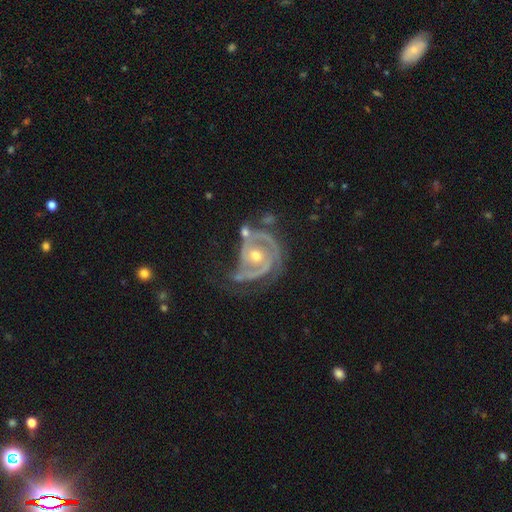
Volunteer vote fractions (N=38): A featured or disk galaxy (97%) with no bar (68%), 2 (94%) medium (60%) spiral arms (95%) and a moderate central bulge (78%).

Vote fractions:
- Smooth or featured? featured or disk: 97% / smooth: 3% / star or artifact: 0%
- Edge-on disk? no: 100% / yes: 0%
- Bar? no: 68% / weak: 24% / strong: 8%
- Spiral arms? yes: 95% / no: 5%
- Spiral winding? medium: 60% / tight: 40% / loose: 0%
- Spiral arm count? 2: 94% / 1: 3% / can't tell: 3% / 3: 0% / 4: 0% / more than 4: 0%
- Bulge size? moderate: 78% / small: 16% / large: 5% / dominant: 0% / none: 0%
- Merging? major disturbance: 39% / minor disturbance: 29% / none: 24% / merger: 8%